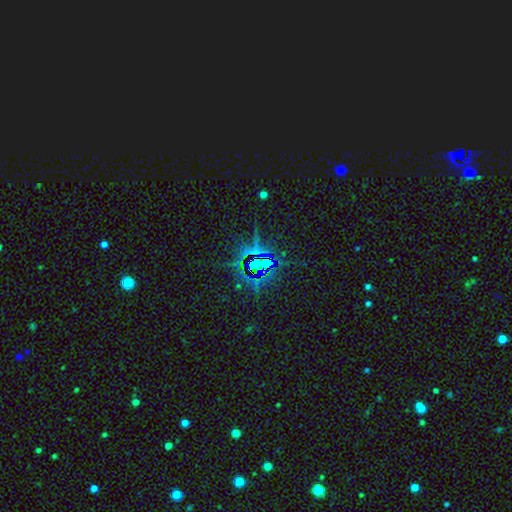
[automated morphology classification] The model was most divided on "smooth or featured": star or artifact: 81%, featured or disk: 10%, smooth: 9%.